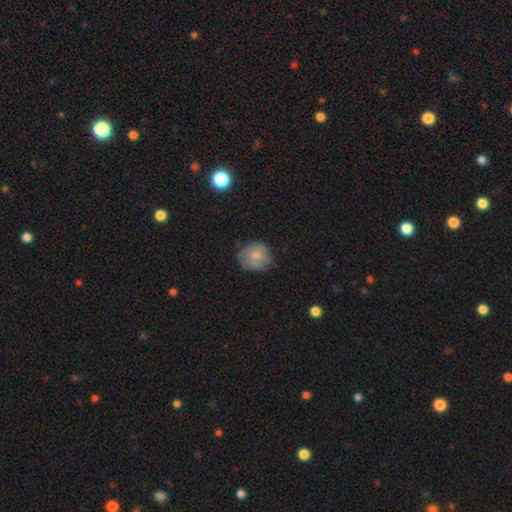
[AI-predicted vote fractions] A smooth galaxy with no disk features (77%) that is round (78%).

Vote fractions:
- Smooth or featured? smooth: 77% / featured or disk: 15% / star or artifact: 8%
- How rounded? round: 78% / in between: 21% / cigar-shaped: 1%
- Merging? none: 65% / minor disturbance: 27% / major disturbance: 6% / merger: 1%